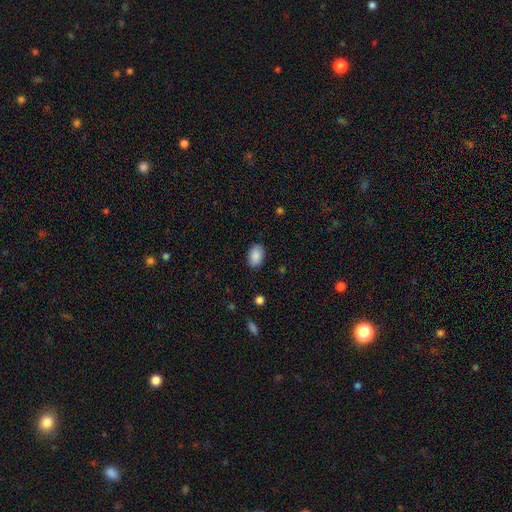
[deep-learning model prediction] The model was most divided on "how rounded": in between: 88%, round: 11%, cigar-shaped: 1%. More confident: smooth or featured — smooth (89%); merging — none (87%).